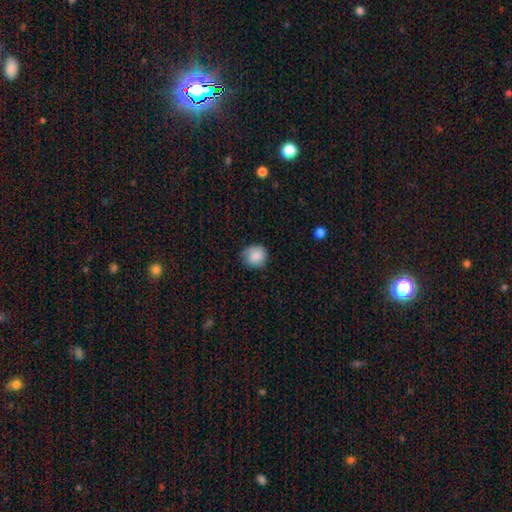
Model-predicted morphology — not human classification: A smooth galaxy with no disk features (84%) that is round (85%).

Vote fractions:
- Smooth or featured? smooth: 84% / featured or disk: 8% / star or artifact: 8%
- How rounded? round: 85% / in between: 14% / cigar-shaped: 1%
- Merging? none: 68% / minor disturbance: 25% / major disturbance: 6% / merger: 1%